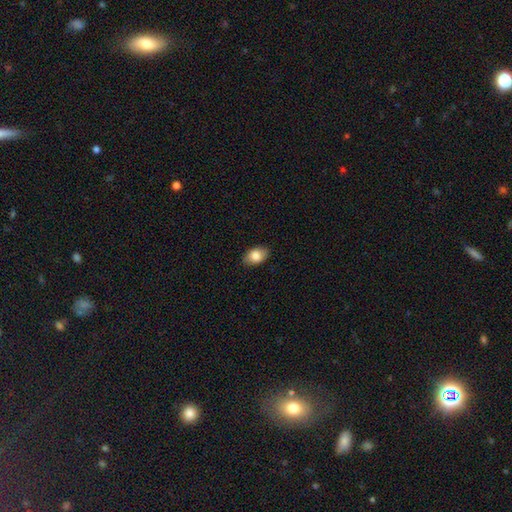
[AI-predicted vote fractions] A smooth galaxy with no disk features (84%) that is in between round and cigar-shaped (87%). Merging: none (88%).